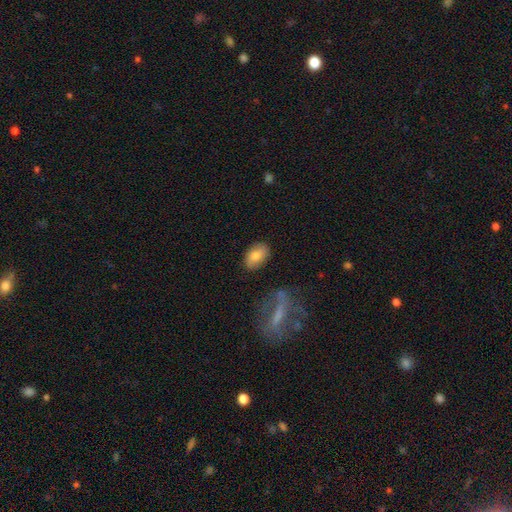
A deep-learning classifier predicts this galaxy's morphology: Smooth or featured? smooth (77%)
How rounded? in between (89%)
Merging? none (82%)